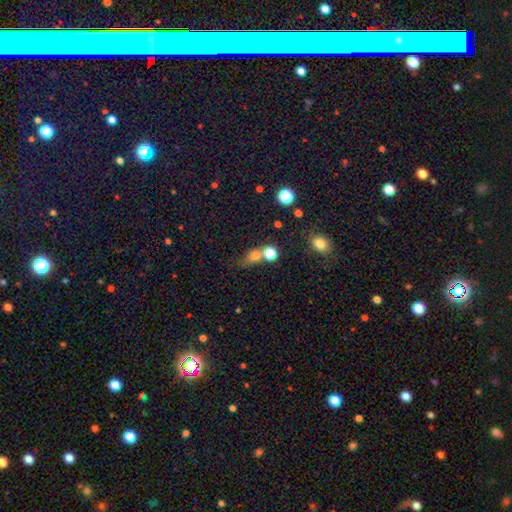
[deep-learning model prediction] This appears to be a smooth galaxy with no disk features (72%) that is round (57%). Merging: none (44%).